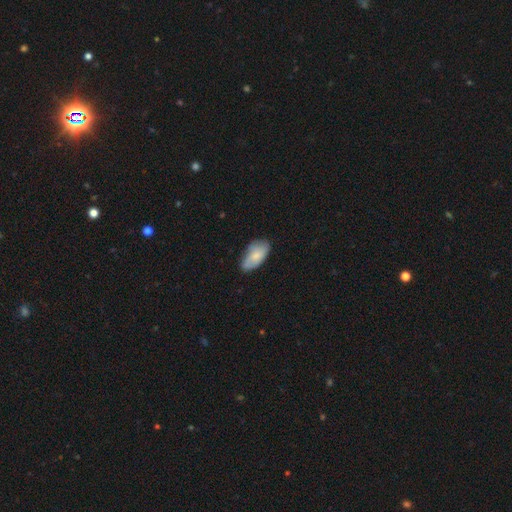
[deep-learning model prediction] Smooth or featured? smooth (75%)
How rounded? in between (93%)
Merging? none (65%)